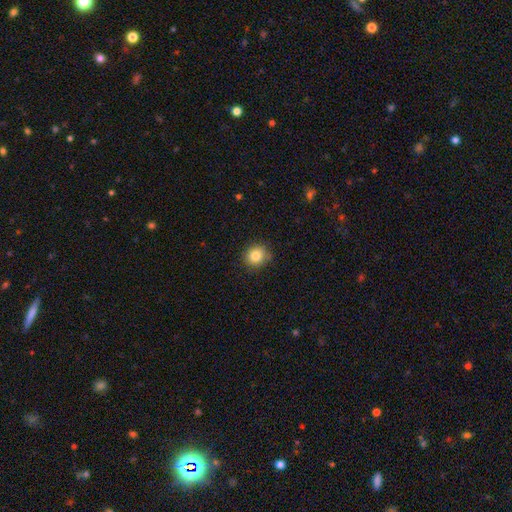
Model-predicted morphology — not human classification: A smooth galaxy with no disk features (84%) that is round (85%).

Vote fractions:
- Smooth or featured? smooth: 84% / star or artifact: 10% / featured or disk: 6%
- How rounded? round: 85% / in between: 14% / cigar-shaped: 1%
- Merging? none: 84% / minor disturbance: 12% / major disturbance: 2% / merger: 1%